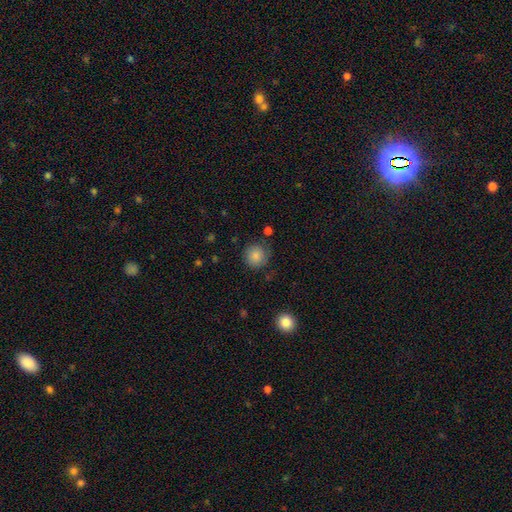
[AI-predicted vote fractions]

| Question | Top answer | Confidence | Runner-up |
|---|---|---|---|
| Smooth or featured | smooth | 85% | star or artifact (9%) |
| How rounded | round | 92% | in between (7%) |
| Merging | none | 82% | minor disturbance (12%) |